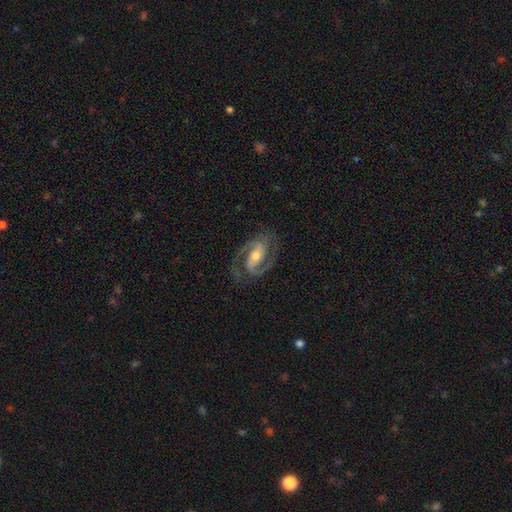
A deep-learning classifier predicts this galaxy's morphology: Smooth or featured? Predicted: featured or disk (p=0.91). Edge-on disk? Predicted: no (p=0.97). Bar? Predicted: weak (p=0.38). Spiral arms? Predicted: yes (p=0.98). Spiral winding? Predicted: medium (p=0.59). Spiral arm count? Predicted: 2 (p=0.92). Bulge size? Predicted: moderate (p=0.60). Merging? Predicted: none (p=0.78).